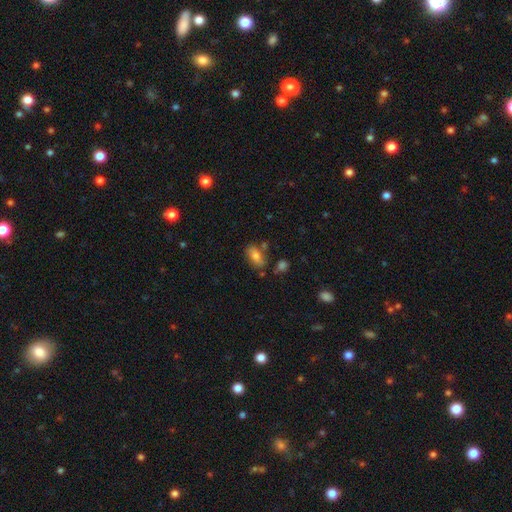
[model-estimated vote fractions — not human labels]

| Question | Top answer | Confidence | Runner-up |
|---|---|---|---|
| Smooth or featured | smooth | 71% | featured or disk (20%) |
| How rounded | in between | 85% | round (8%) |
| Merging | none | 66% | minor disturbance (18%) |